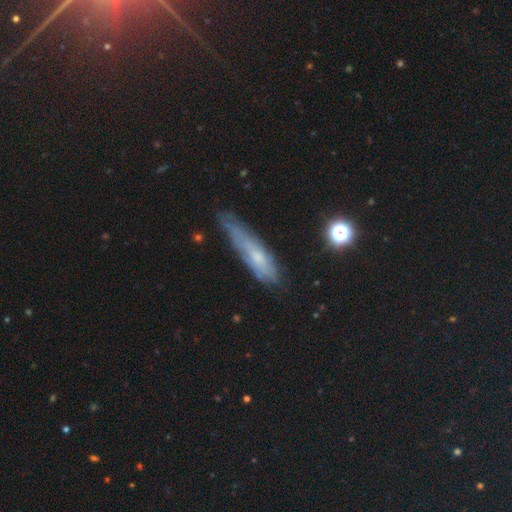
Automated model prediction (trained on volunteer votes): Morphology: type=smooth (49%); merging=none (53%).